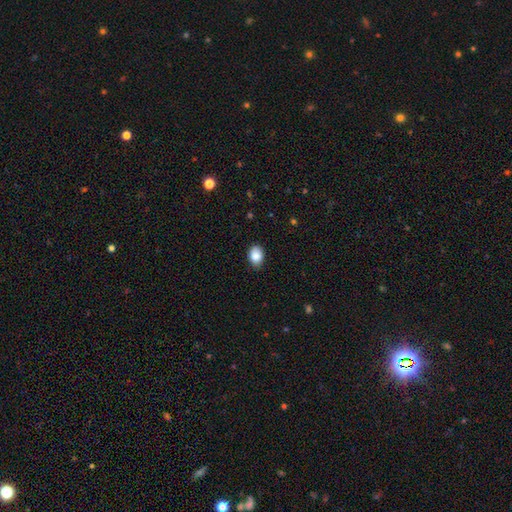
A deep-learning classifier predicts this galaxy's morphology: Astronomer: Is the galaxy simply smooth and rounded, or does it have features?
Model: smooth — 87%.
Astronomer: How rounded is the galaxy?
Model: in between — 75%.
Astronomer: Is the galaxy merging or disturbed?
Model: none — 81%.